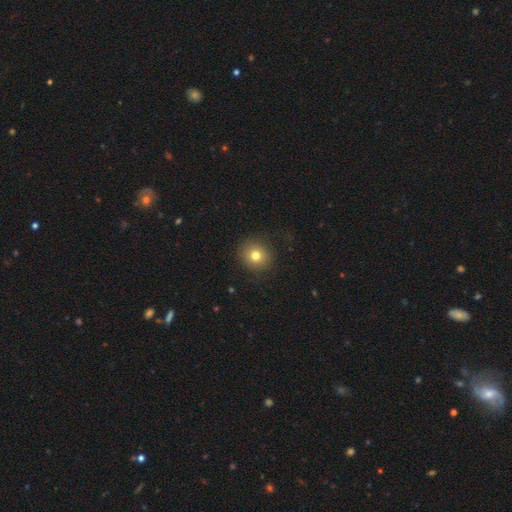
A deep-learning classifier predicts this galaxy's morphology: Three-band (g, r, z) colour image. It shows a smooth galaxy with no disk features (77%) that is round (87%). Merging: none (86%).